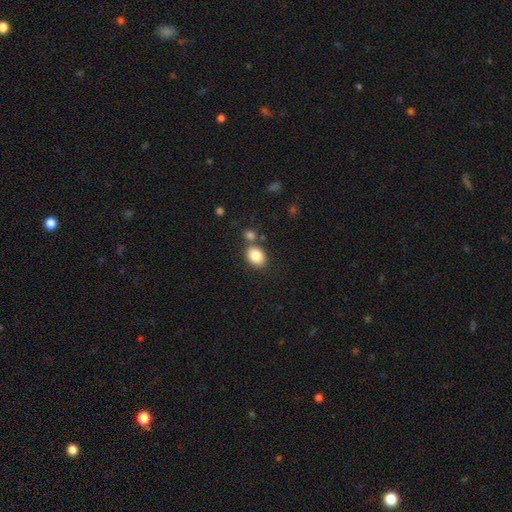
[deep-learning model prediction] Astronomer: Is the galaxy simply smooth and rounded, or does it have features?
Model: smooth — 85%.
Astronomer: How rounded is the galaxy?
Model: in between — 69%.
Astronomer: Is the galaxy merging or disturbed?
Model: none — 71%.